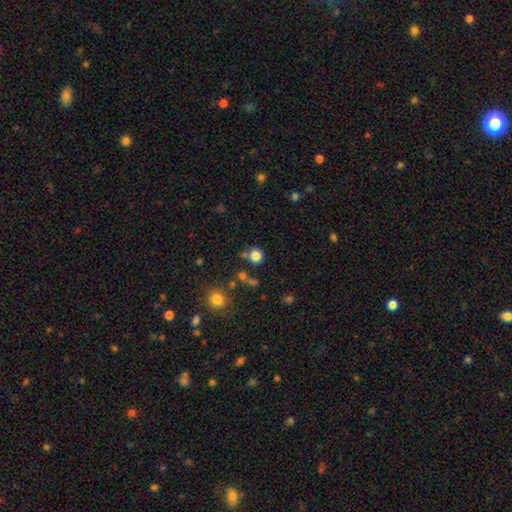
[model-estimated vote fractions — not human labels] A smooth galaxy with no disk features (82%) that is round (88%).

Vote fractions:
- Smooth or featured? smooth: 82% / star or artifact: 13% / featured or disk: 5%
- How rounded? round: 88% / in between: 11% / cigar-shaped: 1%
- Merging? none: 75% / merger: 11% / minor disturbance: 11% / major disturbance: 4%